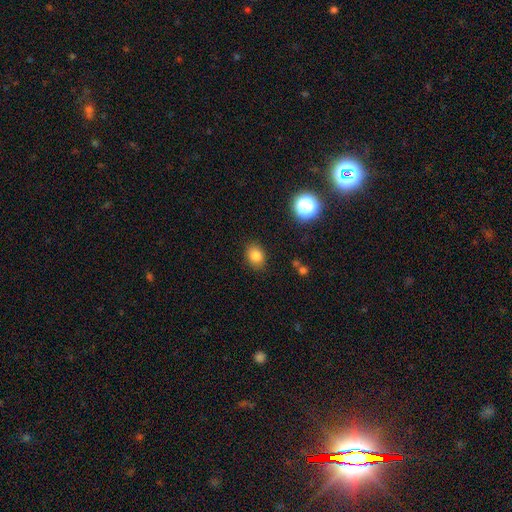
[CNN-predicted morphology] Q: Smooth or featured?
A: smooth (81%); runner-up: star or artifact (12%)
Q: How rounded?
A: in between (54%); runner-up: round (45%)
Q: Merging?
A: none (86%); runner-up: minor disturbance (10%)